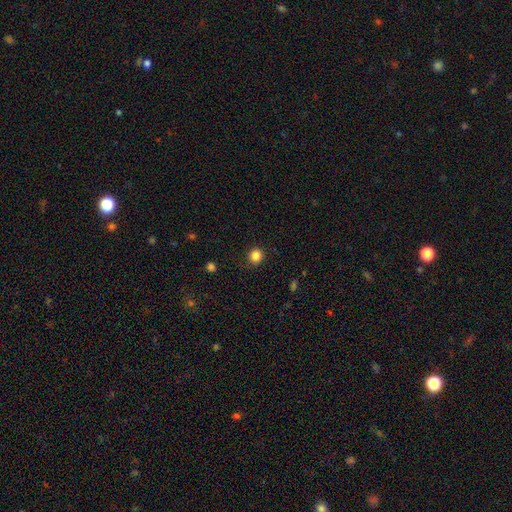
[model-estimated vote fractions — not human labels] smooth_or_featured: smooth (p=0.85) [alt: star or artifact p=0.12]
how_rounded: round (p=0.90) [alt: in between p=0.09]
merging: none (p=0.87) [alt: minor disturbance p=0.09]